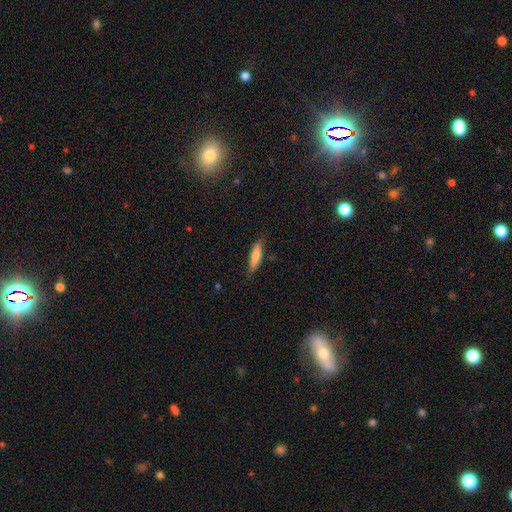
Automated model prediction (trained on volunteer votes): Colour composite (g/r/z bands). It shows a smooth galaxy with no disk features (75%) that is cigar-shaped (69%). Merging: none (81%).